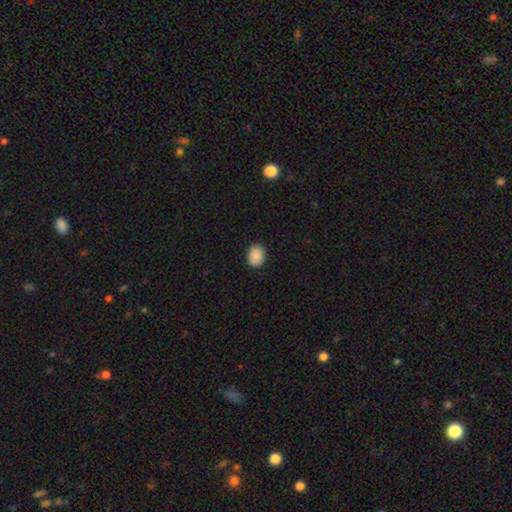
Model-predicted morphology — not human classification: Q: Smooth or featured?
A: smooth (90%); runner-up: star or artifact (8%)
Q: How rounded?
A: in between (58%); runner-up: round (41%)
Q: Merging?
A: none (88%); runner-up: minor disturbance (9%)